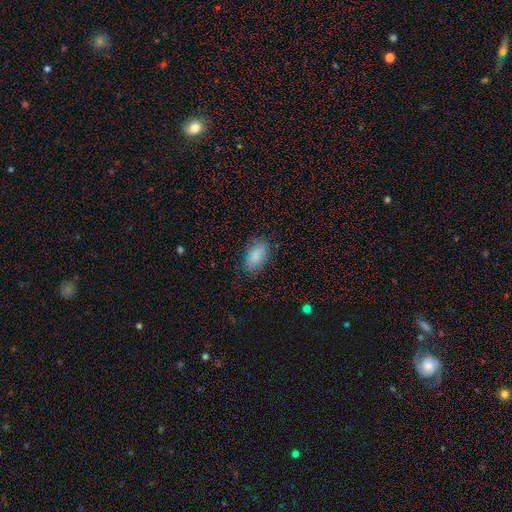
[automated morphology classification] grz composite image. It shows a smooth galaxy with no disk features (74%) that is in between round and cigar-shaped (90%). Merging: none (83%).